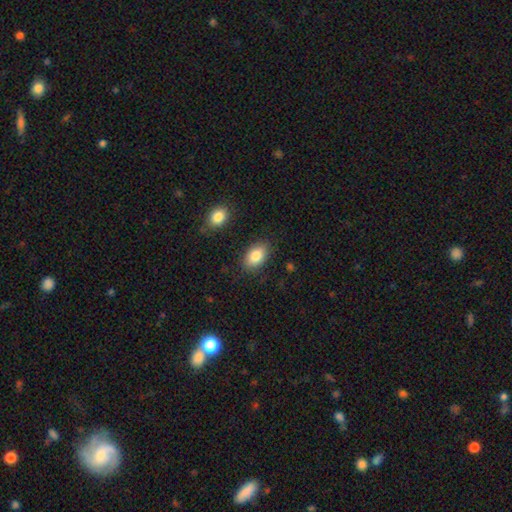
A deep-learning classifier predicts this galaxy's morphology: smooth_or_featured: smooth (p=0.85) [alt: featured or disk p=0.09]
how_rounded: in between (p=0.92) [alt: round p=0.07]
merging: none (p=0.85) [alt: minor disturbance p=0.10]